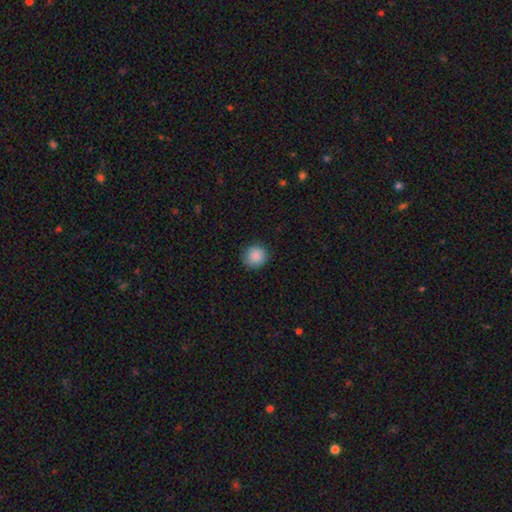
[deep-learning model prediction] Smooth or featured? Predicted: smooth (p=0.89). How rounded? Predicted: round (p=0.94). Merging? Predicted: none (p=0.88).